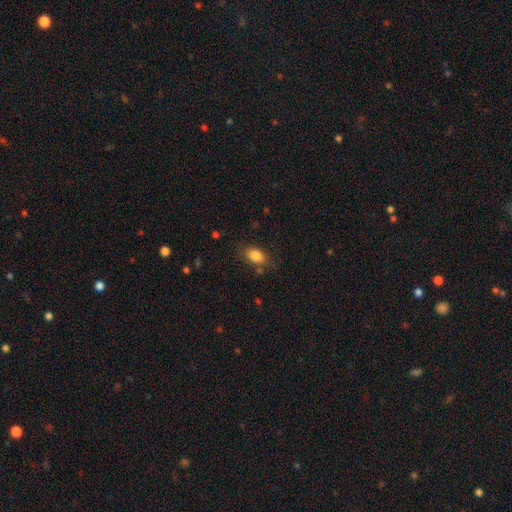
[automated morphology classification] A smooth galaxy with no disk features (85%) that is in between round and cigar-shaped (87%). Merging: none (79%).